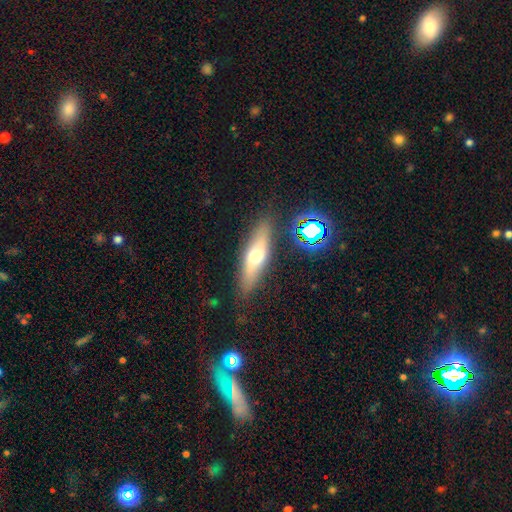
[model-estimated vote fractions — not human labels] smooth 50%, featured or disk 41%, star or artifact 9%. Down the decision tree: merging — none (83%).